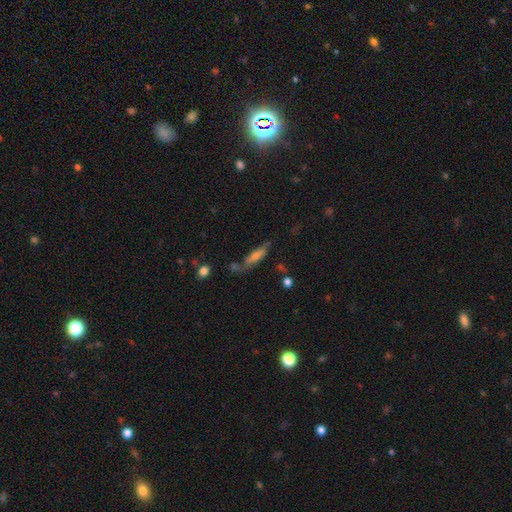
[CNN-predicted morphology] smooth 52%, featured or disk 37%, star or artifact 10%. Down the decision tree: how rounded — cigar-shaped (71%); merging — none (60%).